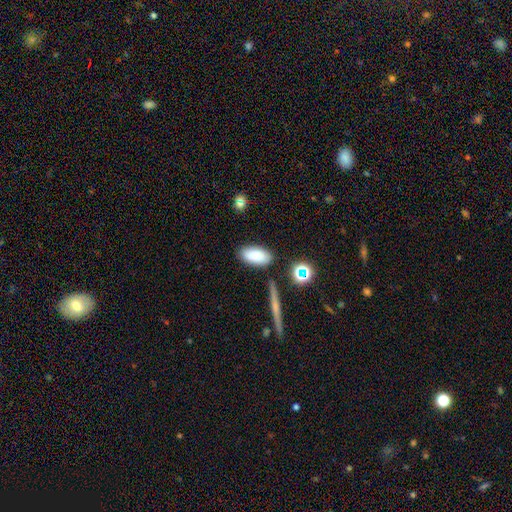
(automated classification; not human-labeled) The model was most divided on "merging": none: 83%, minor disturbance: 10%, merger: 4%, major disturbance: 3%. More confident: how rounded — in between (92%); smooth or featured — smooth (86%).